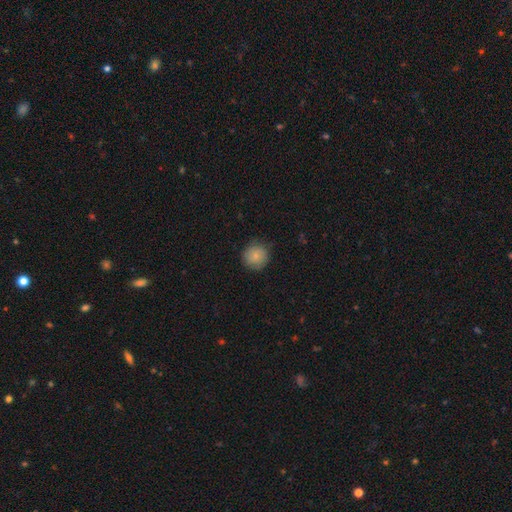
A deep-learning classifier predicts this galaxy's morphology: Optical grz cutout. It shows a smooth galaxy with no disk features (83%) that is round (92%). Merging: none (80%).